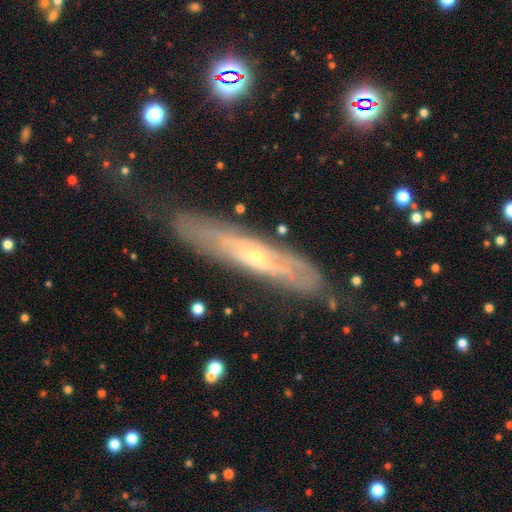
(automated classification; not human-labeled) A featured or disk galaxy (73%) viewed edge-on (57%).

Vote fractions:
- Smooth or featured? featured or disk: 73% / smooth: 19% / star or artifact: 8%
- Edge-on disk? yes: 57% / no: 43%
- Merging? none: 73% / minor disturbance: 20% / major disturbance: 6% / merger: 2%